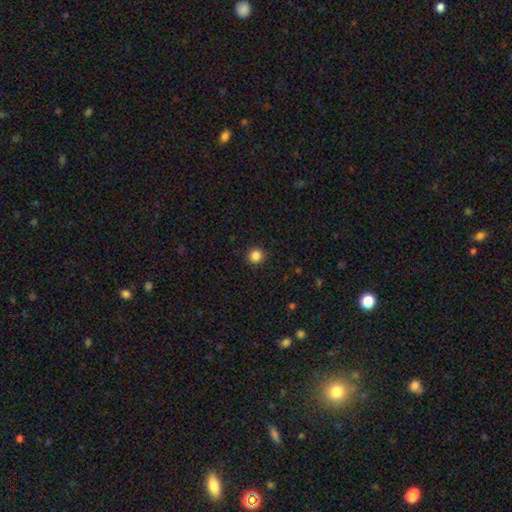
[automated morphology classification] smooth-or-featured: smooth: 85% | star or artifact: 11% | featured or disk: 4%
  how-rounded: round: 94% | in between: 5% | cigar-shaped: 1%
  merging: none: 93% | minor disturbance: 5% | major disturbance: 2% | merger: 1%